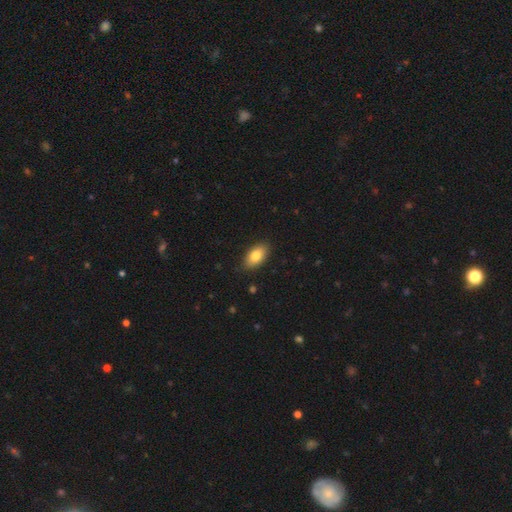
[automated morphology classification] Smooth or featured?
  - smooth: 81% *
  - featured or disk: 12%
  - star or artifact: 7%
How rounded?
  - in between: 92% *
  - round: 5%
  - cigar-shaped: 3%
Merging?
  - none: 86% *
  - minor disturbance: 11%
  - major disturbance: 2%
  - merger: 1%